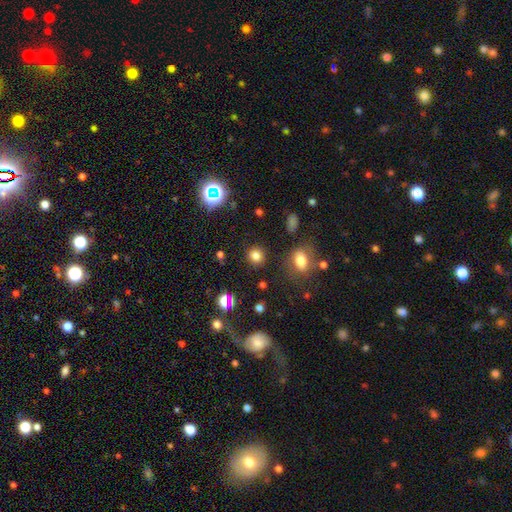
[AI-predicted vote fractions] Smooth or featured? Predicted: smooth (p=0.77). How rounded? Predicted: round (p=0.87). Merging? Predicted: none (p=0.87).